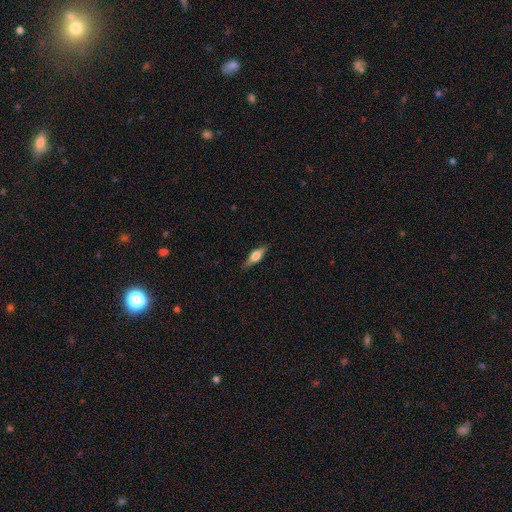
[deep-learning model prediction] The model was most divided on "how rounded": in between: 51%, cigar-shaped: 46%, round: 3%. More confident: merging — none (82%); smooth or featured — smooth (56%).